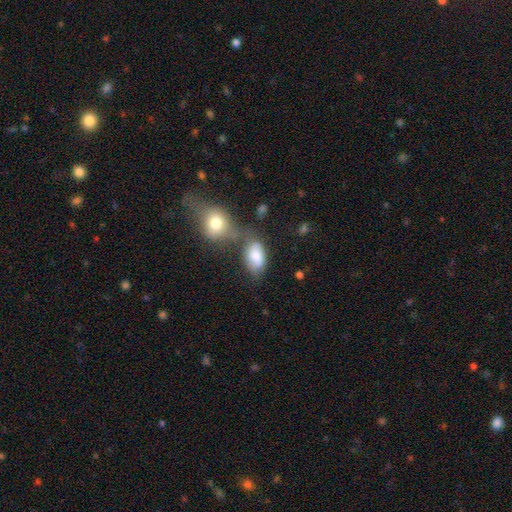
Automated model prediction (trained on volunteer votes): Smooth or featured?
  - smooth: 77% *
  - featured or disk: 15%
  - star or artifact: 8%
How rounded?
  - in between: 91% *
  - round: 7%
  - cigar-shaped: 2%
Merging?
  - none: 40% *
  - merger: 32%
  - minor disturbance: 19%
  - major disturbance: 10%